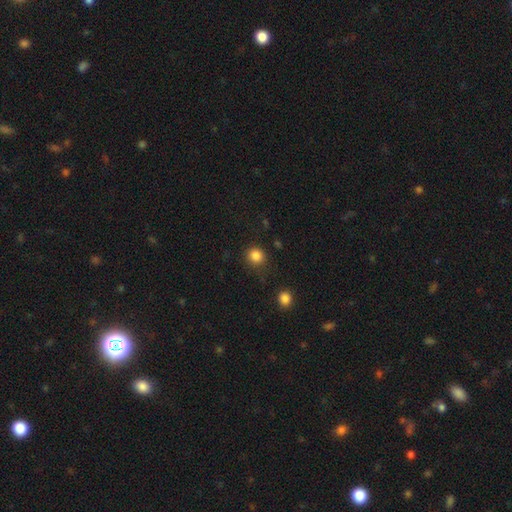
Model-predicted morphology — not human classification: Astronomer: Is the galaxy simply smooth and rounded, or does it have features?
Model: smooth — 85%.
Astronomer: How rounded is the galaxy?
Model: round — 88%.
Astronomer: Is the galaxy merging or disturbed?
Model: none — 81%.